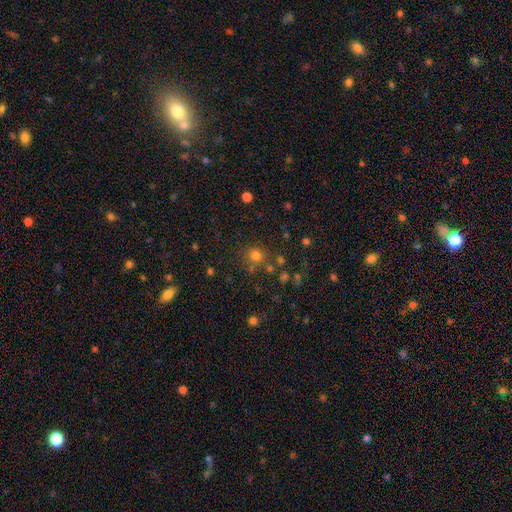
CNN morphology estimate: A smooth galaxy with no disk features (74%) that is round (89%). Merging: none (77%).